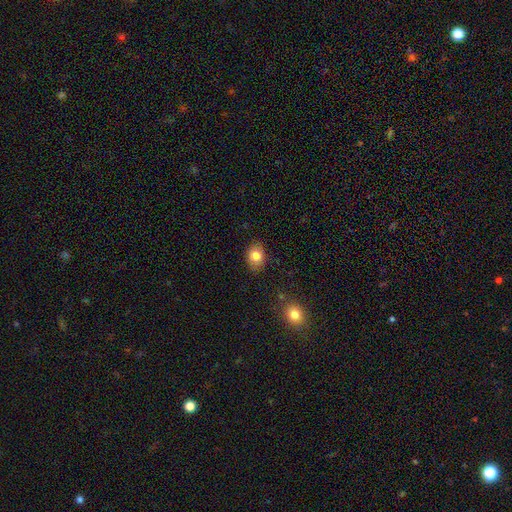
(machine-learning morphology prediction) smooth_or_featured: smooth (p=0.83) [alt: star or artifact p=0.09]
how_rounded: in between (p=0.58) [alt: round p=0.41]
merging: none (p=0.83) [alt: minor disturbance p=0.12]